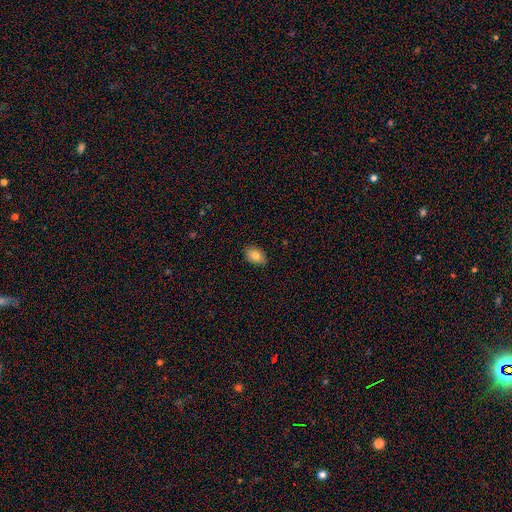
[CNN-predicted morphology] The model was most divided on "smooth or featured": smooth: 80%, featured or disk: 12%, star or artifact: 8%. More confident: how rounded — in between (87%); merging — none (87%).